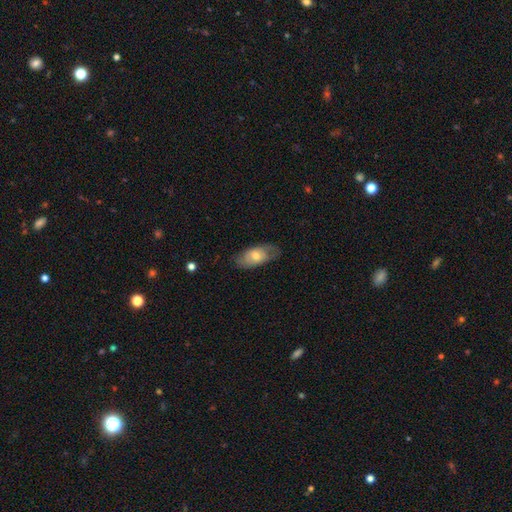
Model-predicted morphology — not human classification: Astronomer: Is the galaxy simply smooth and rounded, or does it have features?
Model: smooth — 59% (runner-up: featured or disk, 35%).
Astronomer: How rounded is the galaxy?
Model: in between — 90%.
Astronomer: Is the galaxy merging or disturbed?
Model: none — 68%.